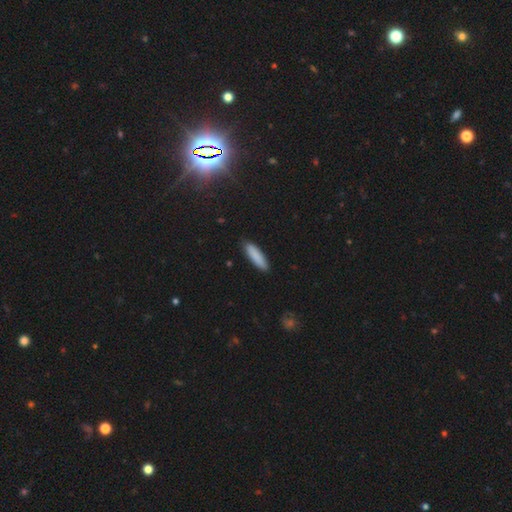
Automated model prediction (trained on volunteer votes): Morphology: type=smooth (88%); roundness=cigar-shaped (70%); merging=none (88%).